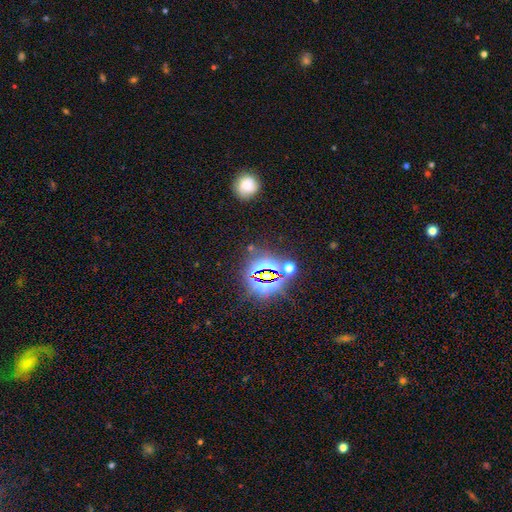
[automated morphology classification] Smooth or featured: star or artifact — 80% (smooth — 12%)